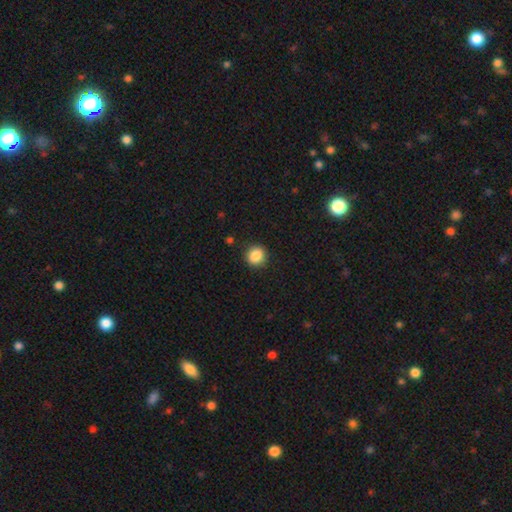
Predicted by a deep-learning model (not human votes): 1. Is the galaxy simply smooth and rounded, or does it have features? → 87% smooth, 9% star or artifact, 4% featured or disk.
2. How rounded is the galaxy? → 83% round, 16% in between, 1% cigar-shaped.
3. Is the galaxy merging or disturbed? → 90% none, 7% minor disturbance, 2% major disturbance, 1% merger.